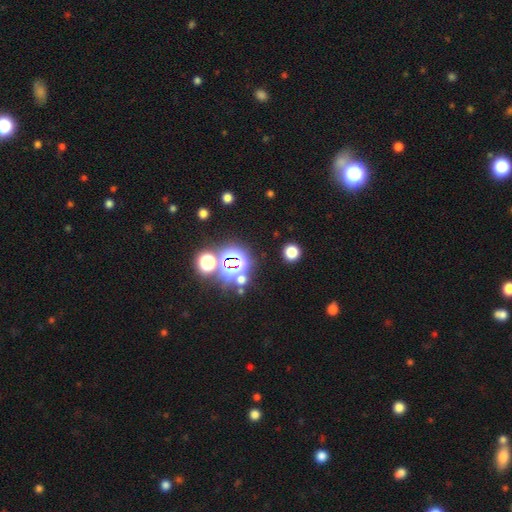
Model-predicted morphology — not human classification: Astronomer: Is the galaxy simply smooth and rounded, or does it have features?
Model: star or artifact — 80%.